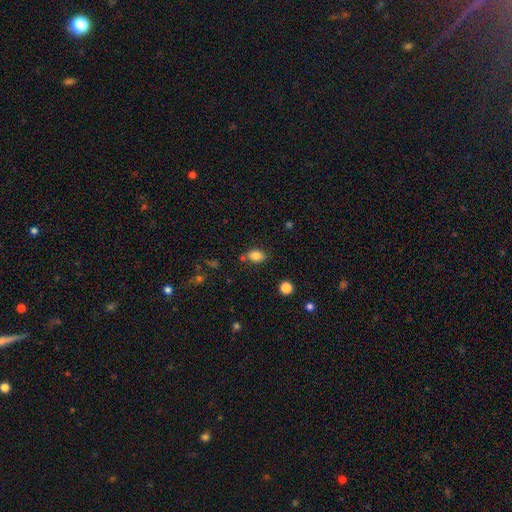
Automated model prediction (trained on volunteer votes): This is clearly a smooth galaxy (83%). How rounded: likely in between (76%). Merging: likely none (75%).